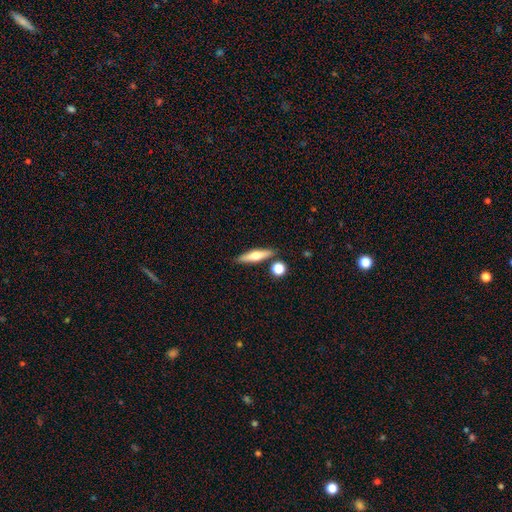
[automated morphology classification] Smooth or featured? Predicted: smooth (p=0.49). Merging? Predicted: none (p=0.82).